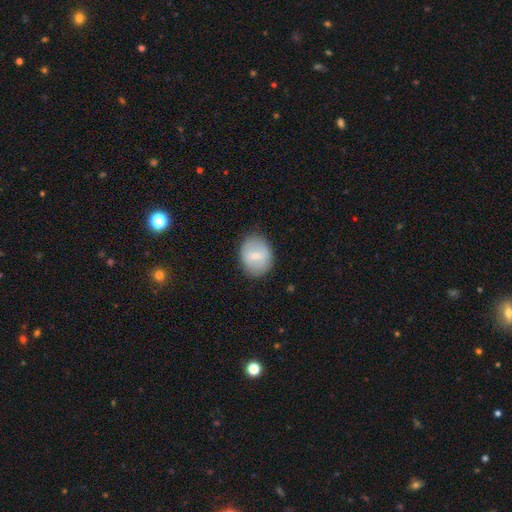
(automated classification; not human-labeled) Smooth or featured? Predicted: smooth (p=0.60). How rounded? Predicted: round (p=0.50). Merging? Predicted: none (p=0.80).